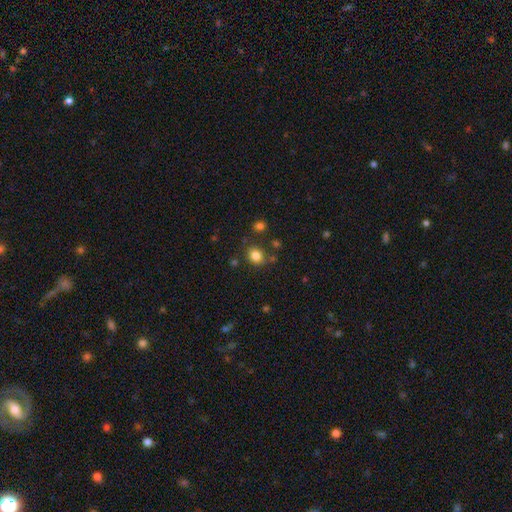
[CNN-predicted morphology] smooth-or-featured: smooth: 82% | star or artifact: 12% | featured or disk: 5%
  how-rounded: round: 68% | in between: 31% | cigar-shaped: 1%
  merging: none: 78% | minor disturbance: 12% | merger: 6% | major disturbance: 4%